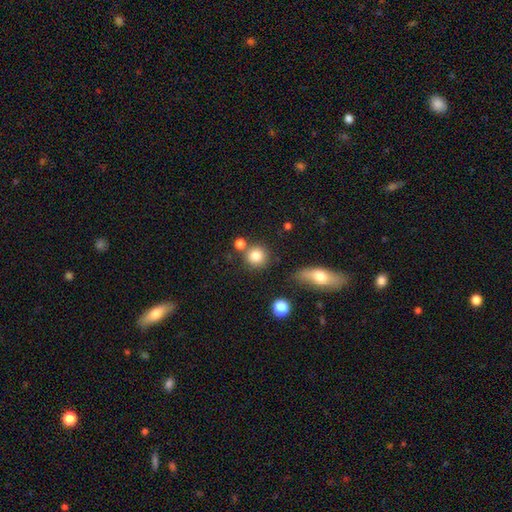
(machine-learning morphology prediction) Smooth or featured? smooth (82%)
How rounded? round (90%)
Merging? none (72%)